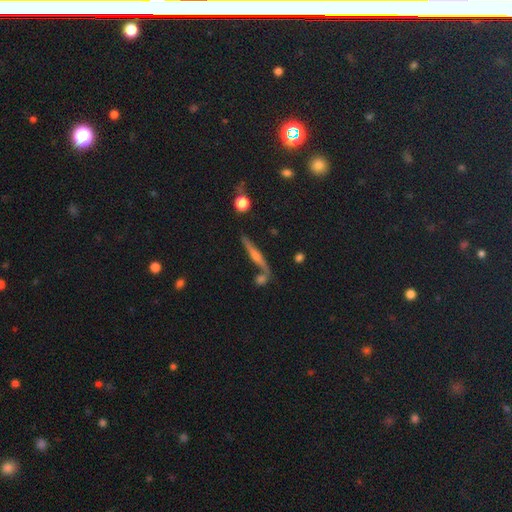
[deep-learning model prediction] featured or disk 65%, smooth 25%, star or artifact 9%. Down the decision tree: edge-on disk — yes (94%); edge-on bulge — rounded (79%); merging — none (74%).